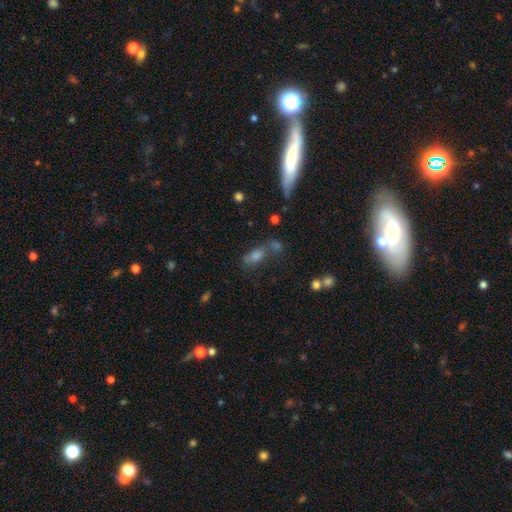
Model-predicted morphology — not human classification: A smooth galaxy with no disk features (65%) that is in between round and cigar-shaped (72%).

Vote fractions:
- Smooth or featured? smooth: 65% / star or artifact: 19% / featured or disk: 16%
- How rounded? in between: 72% / cigar-shaped: 18% / round: 9%
- Merging? none: 48% / merger: 24% / minor disturbance: 18% / major disturbance: 10%